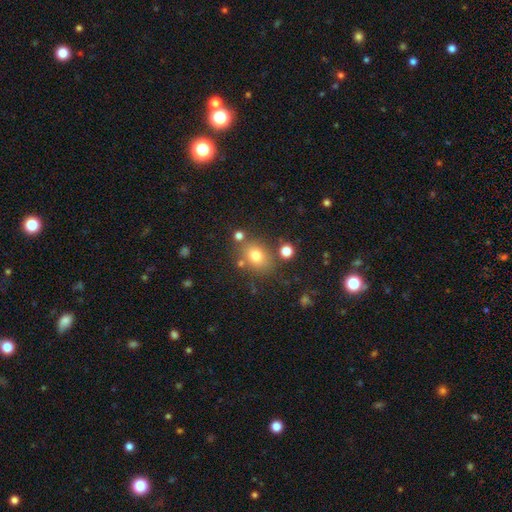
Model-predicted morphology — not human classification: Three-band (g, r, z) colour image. It shows a smooth galaxy with no disk features (75%) that is in between round and cigar-shaped (54%). Merging: none (74%).